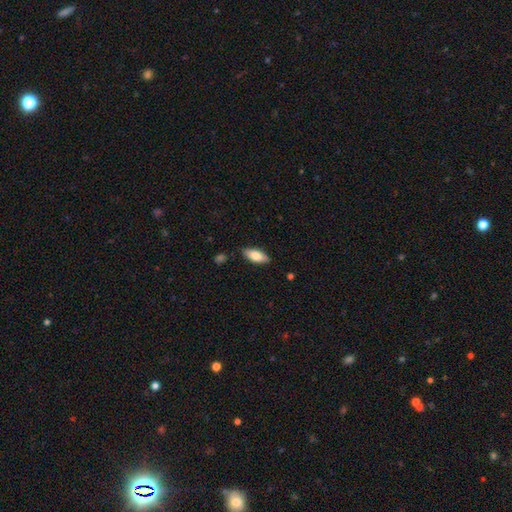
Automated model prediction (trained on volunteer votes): Smooth or featured: smooth — 78% (featured or disk — 16%)
How rounded: in between — 83% (cigar-shaped — 15%)
Merging: none — 85% (minor disturbance — 11%)